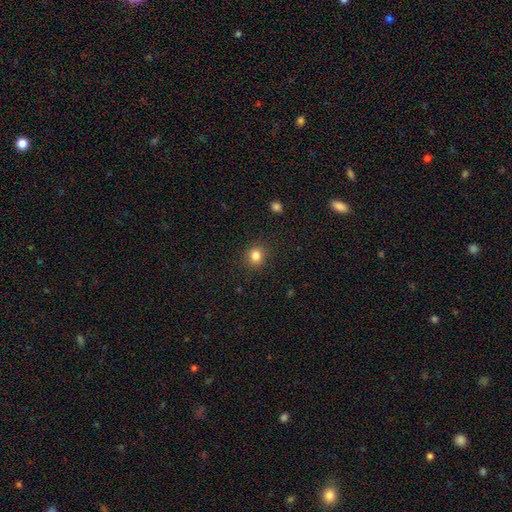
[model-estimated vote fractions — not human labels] Q: Smooth or featured?
A: smooth (82%); runner-up: star or artifact (12%)
Q: How rounded?
A: round (84%); runner-up: in between (15%)
Q: Merging?
A: none (89%); runner-up: minor disturbance (7%)